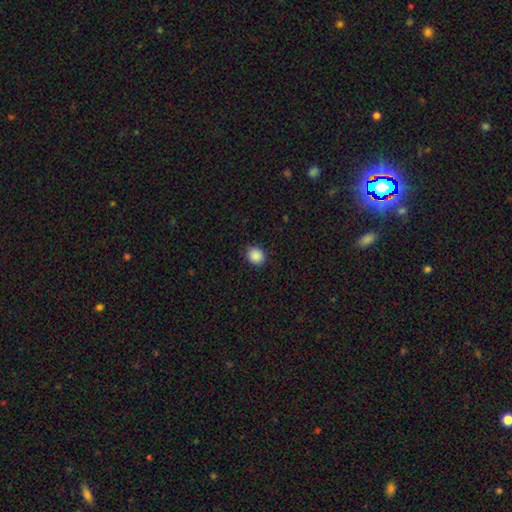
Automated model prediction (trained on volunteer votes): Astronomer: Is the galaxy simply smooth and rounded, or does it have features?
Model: smooth — 88%.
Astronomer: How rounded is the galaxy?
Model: round — 76%.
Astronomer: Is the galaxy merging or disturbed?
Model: none — 88%.